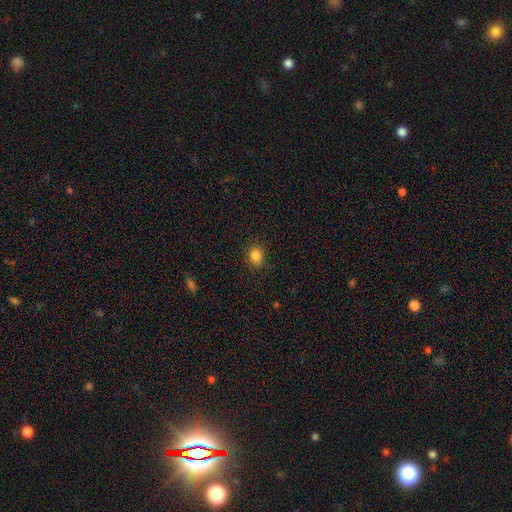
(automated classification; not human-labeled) Smooth or featured? Predicted: smooth (p=0.84). How rounded? Predicted: round (p=0.69). Merging? Predicted: none (p=0.87).